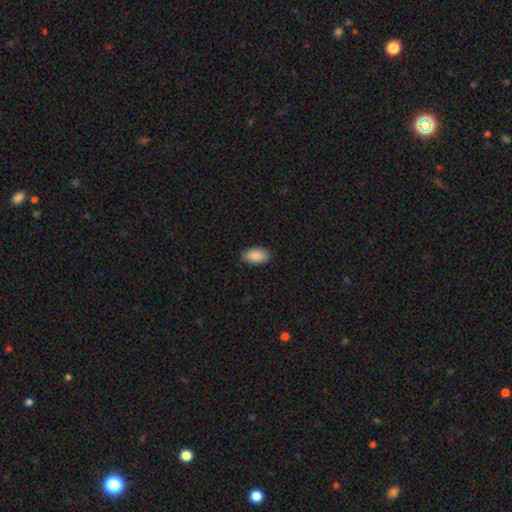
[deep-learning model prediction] Smooth or featured: smooth — 90% (star or artifact — 6%)
How rounded: in between — 95% (round — 3%)
Merging: none — 88% (minor disturbance — 9%)